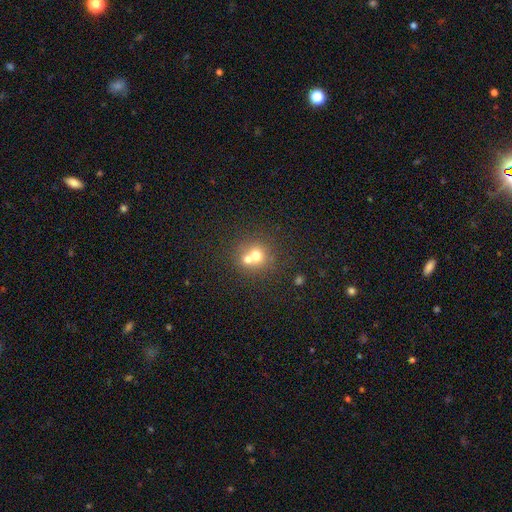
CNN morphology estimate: Smooth or featured? smooth (65%)
How rounded? round (83%)
Merging? merger (57%)